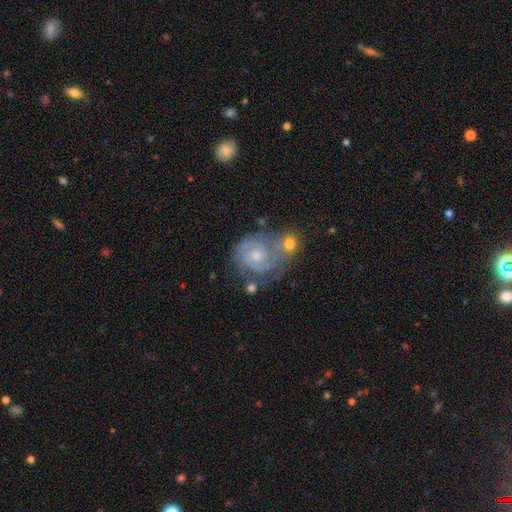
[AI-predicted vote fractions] Q: Smooth or featured?
A: featured or disk (82%); runner-up: smooth (12%)
Q: Edge-on disk?
A: no (98%); runner-up: yes (2%)
Q: Bar?
A: no (72%); runner-up: weak (24%)
Q: Spiral arms?
A: yes (95%); runner-up: no (5%)
Q: Spiral winding?
A: tight (63%); runner-up: medium (30%)
Q: Spiral arm count?
A: 2 (60%); runner-up: can't tell (17%)
Q: Bulge size?
A: small (50%); runner-up: moderate (43%)
Q: Merging?
A: none (43%); runner-up: merger (30%)